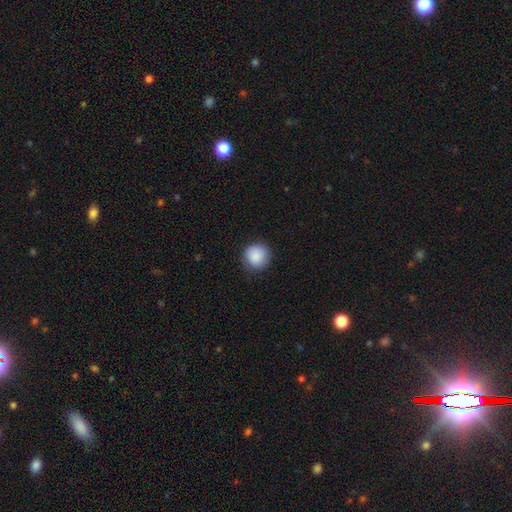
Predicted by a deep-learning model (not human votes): A smooth galaxy with no disk features (88%) that is round (93%).

Vote fractions:
- Smooth or featured? smooth: 88% / star or artifact: 8% / featured or disk: 5%
- How rounded? round: 93% / in between: 6% / cigar-shaped: 1%
- Merging? none: 84% / minor disturbance: 12% / major disturbance: 3% / merger: 1%